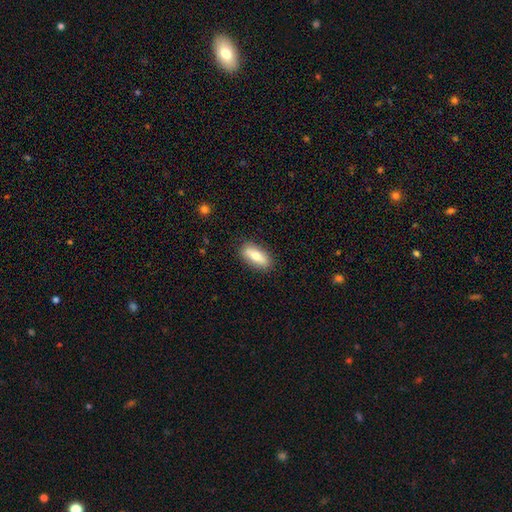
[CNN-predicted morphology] A smooth galaxy with no disk features (69%) that is in between round and cigar-shaped (75%).

Vote fractions:
- Smooth or featured? smooth: 69% / featured or disk: 25% / star or artifact: 6%
- How rounded? in between: 75% / cigar-shaped: 22% / round: 3%
- Merging? none: 87% / minor disturbance: 10% / major disturbance: 2% / merger: 1%